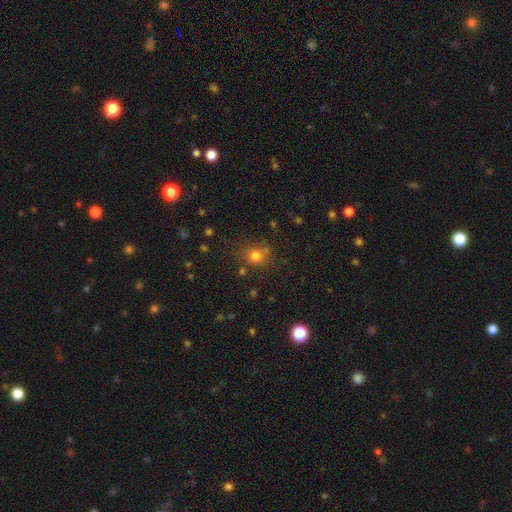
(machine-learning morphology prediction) smooth-or-featured: smooth: 77% | star or artifact: 16% | featured or disk: 7%
  how-rounded: round: 85% | in between: 14% | cigar-shaped: 1%
  merging: none: 76% | minor disturbance: 12% | merger: 7% | major disturbance: 5%